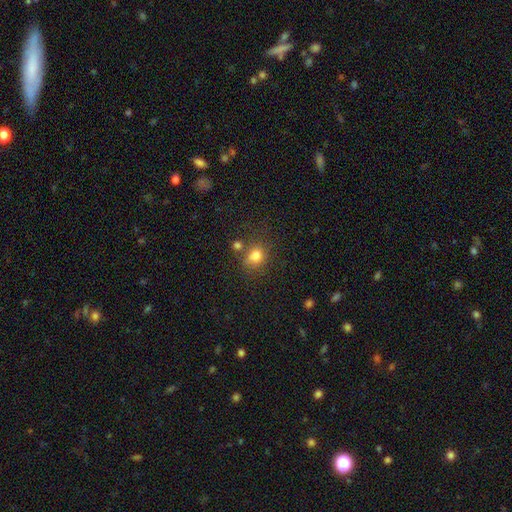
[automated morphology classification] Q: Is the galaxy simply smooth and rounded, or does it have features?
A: smooth — 78%.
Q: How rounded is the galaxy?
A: round — 63%.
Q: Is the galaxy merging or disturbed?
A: none — 59%.